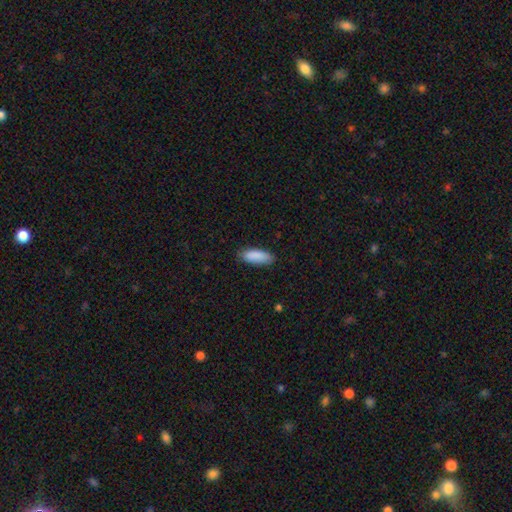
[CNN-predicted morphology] type=smooth (89%); roundness=in between (72%); merging=none (82%).